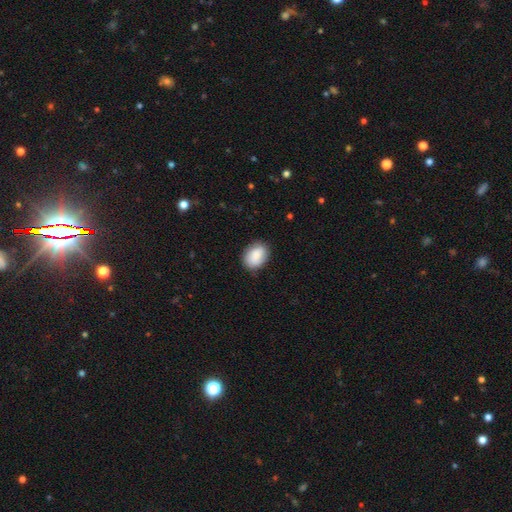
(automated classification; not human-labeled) Morphology: type=smooth (87%); roundness=in between (71%); merging=none (83%).